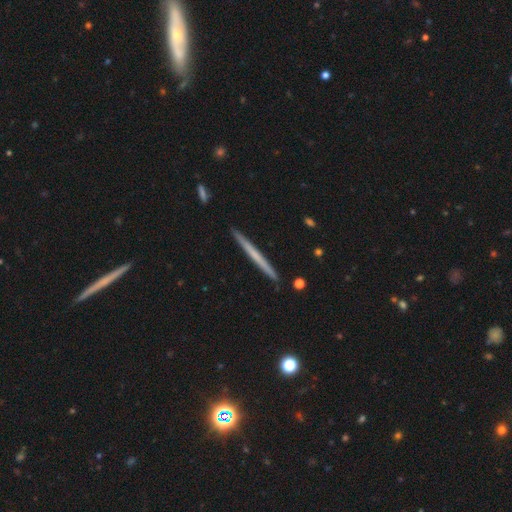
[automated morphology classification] A featured or disk galaxy (50%). Merging: none (92%).